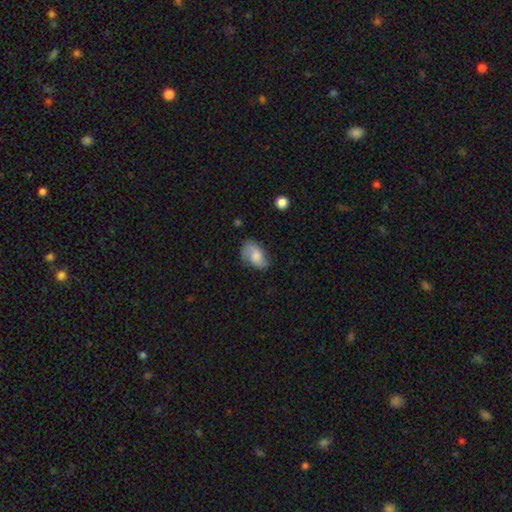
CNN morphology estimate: The model was most divided on "smooth or featured": featured or disk: 52%, smooth: 40%, star or artifact: 8%. Remaining: edge-on disk — no (96%); spiral arms — yes (88%); bar — no (64%); merging — none (61%); bulge size — moderate (38%).